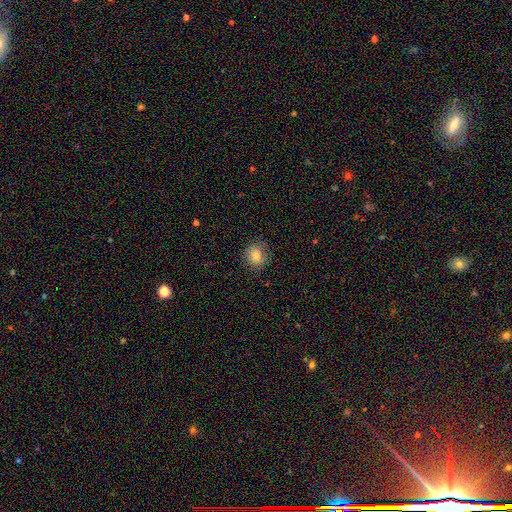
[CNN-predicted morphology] A smooth galaxy with no disk features (79%) that is round (82%).

Vote fractions:
- Smooth or featured? smooth: 79% / star or artifact: 11% / featured or disk: 10%
- How rounded? round: 82% / in between: 17% / cigar-shaped: 1%
- Merging? none: 83% / minor disturbance: 13% / major disturbance: 3% / merger: 1%